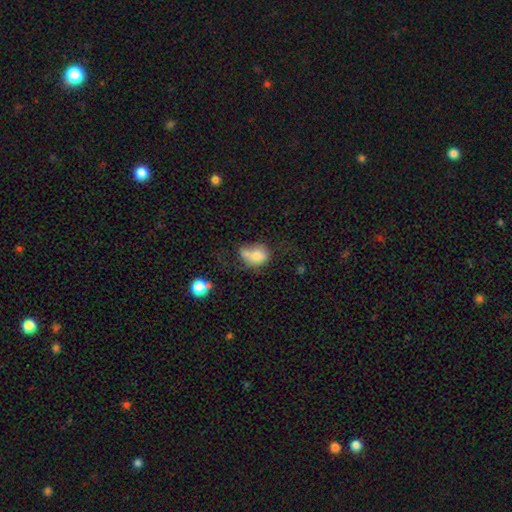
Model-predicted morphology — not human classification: Smooth or featured? Predicted: smooth (p=0.71). How rounded? Predicted: in between (p=0.57). Merging? Predicted: merger (p=0.41).